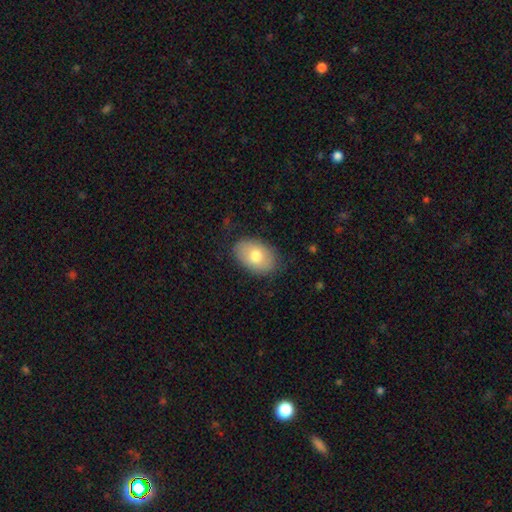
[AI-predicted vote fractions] This appears to be a smooth galaxy with no disk features (73%) that is in between round and cigar-shaped (85%). Merging: none (82%).